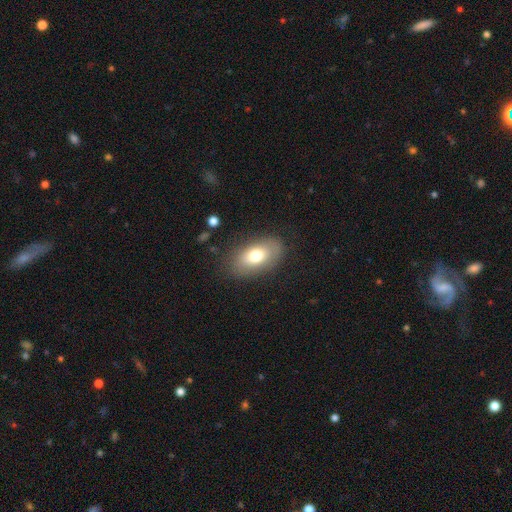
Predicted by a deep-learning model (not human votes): smooth_or_featured: smooth (p=0.71) [alt: featured or disk p=0.21]
how_rounded: in between (p=0.90) [alt: round p=0.08]
merging: none (p=0.82) [alt: minor disturbance p=0.12]